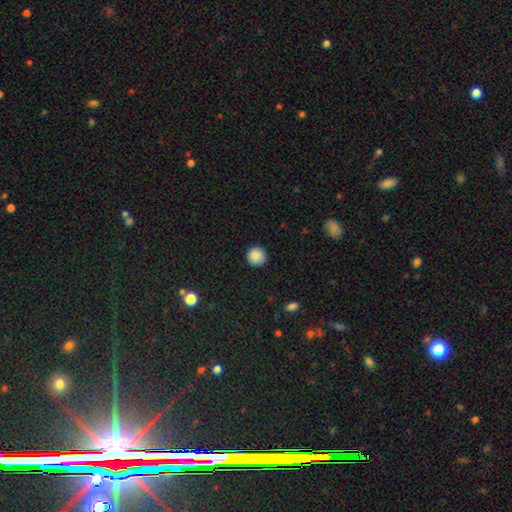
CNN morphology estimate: The model was most divided on "smooth or featured": smooth: 88%, star or artifact: 9%, featured or disk: 3%. More confident: how rounded — round (95%); merging — none (91%).